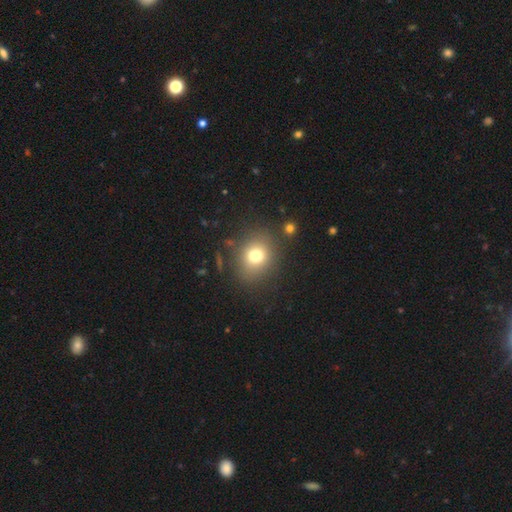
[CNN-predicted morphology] Smooth or featured?
  - smooth: 75% *
  - star or artifact: 14%
  - featured or disk: 11%
How rounded?
  - round: 70% *
  - in between: 29%
  - cigar-shaped: 1%
Merging?
  - none: 82% *
  - minor disturbance: 10%
  - major disturbance: 5%
  - merger: 3%